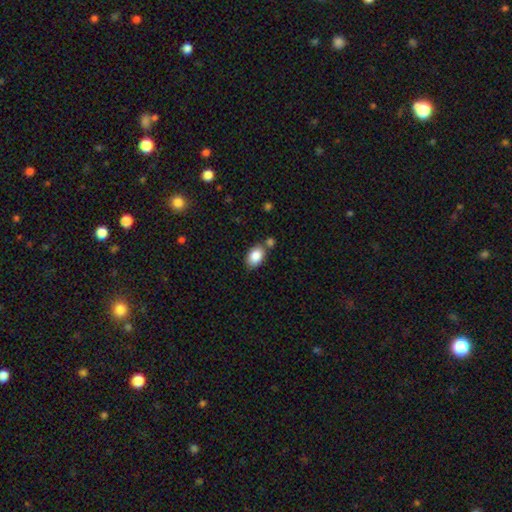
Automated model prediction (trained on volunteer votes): smooth 86%, star or artifact 7%, featured or disk 6%. Down the decision tree: how rounded — in between (87%); merging — none (69%).